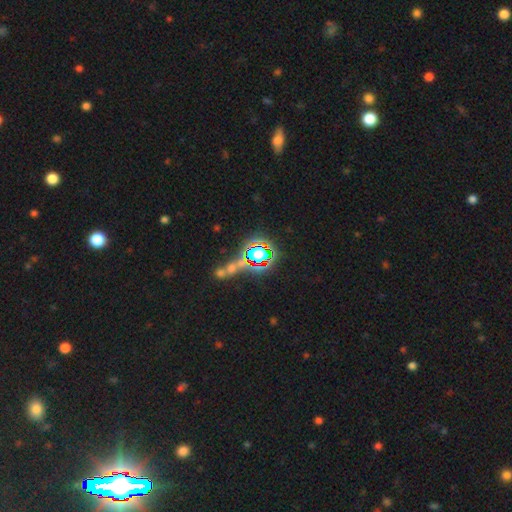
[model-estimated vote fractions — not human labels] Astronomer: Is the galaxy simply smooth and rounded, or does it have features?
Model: star or artifact — 68%.